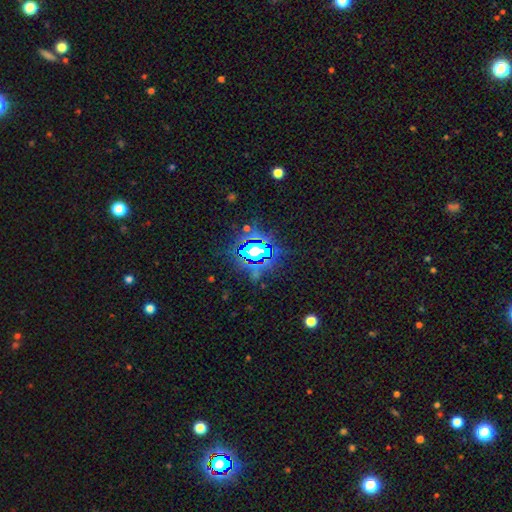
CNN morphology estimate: smooth-or-featured: star or artifact: 67% | smooth: 22% | featured or disk: 11%